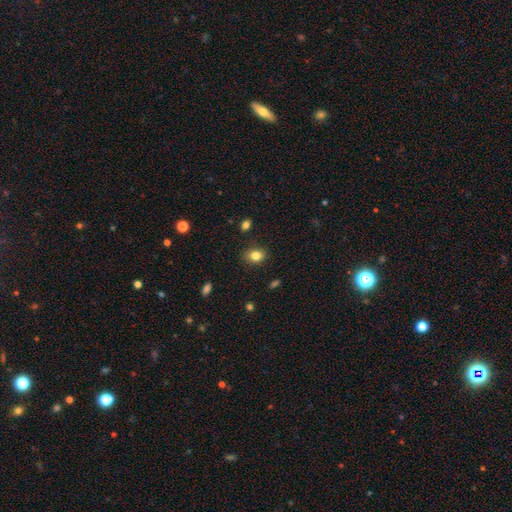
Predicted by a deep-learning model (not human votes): smooth 82%, star or artifact 10%, featured or disk 8%. Down the decision tree: how rounded — in between (66%); merging — none (86%).